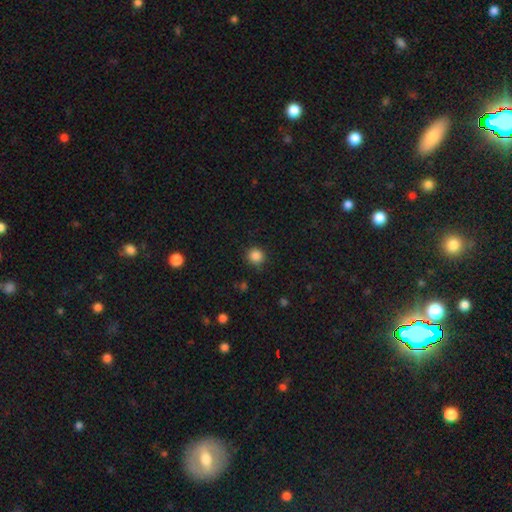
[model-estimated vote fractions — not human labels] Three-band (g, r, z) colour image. It shows a smooth galaxy with no disk features (86%) that is round (93%). Merging: none (88%).